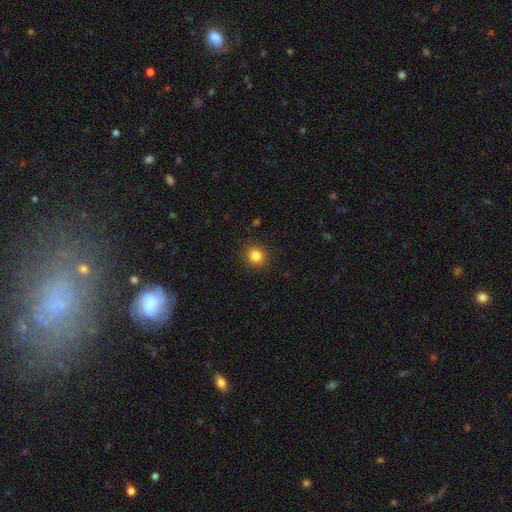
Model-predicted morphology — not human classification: This is clearly a smooth galaxy (83%). How rounded: clearly round (87%). Merging: clearly none (90%).